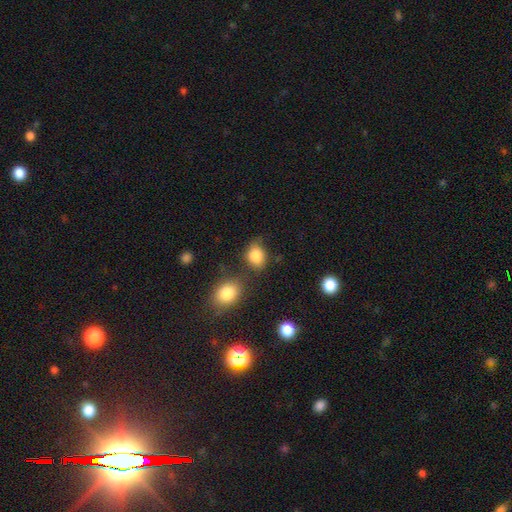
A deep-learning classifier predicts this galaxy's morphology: Smooth or featured? smooth (85%)
How rounded? in between (56%)
Merging? none (61%)